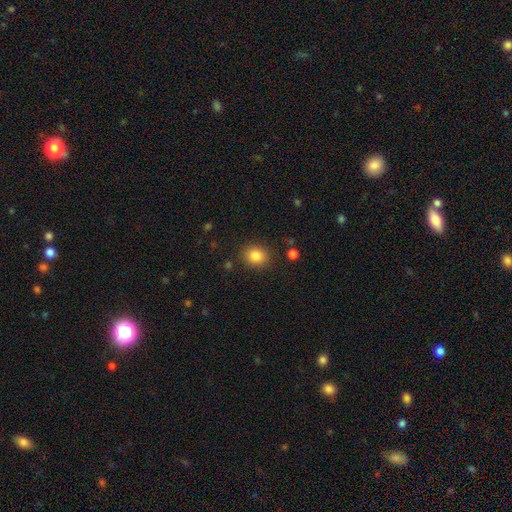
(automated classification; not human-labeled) Overall: smooth (84%). How rounded: round (68%; in between 31%). Merging: none (86%).